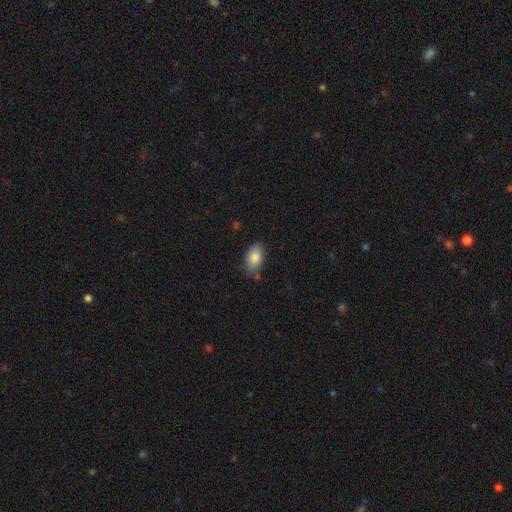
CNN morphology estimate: Smooth or featured? Predicted: smooth (p=0.85). How rounded? Predicted: in between (p=0.92). Merging? Predicted: none (p=0.71).